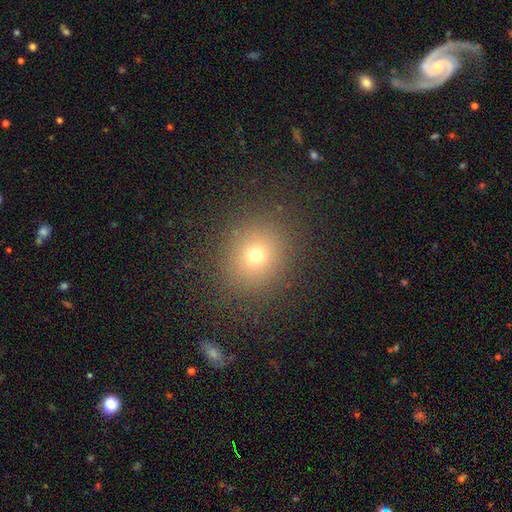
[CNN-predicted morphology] The model was most divided on "smooth or featured": smooth: 70%, star or artifact: 19%, featured or disk: 11%. More confident: merging — none (87%); how rounded — round (84%).